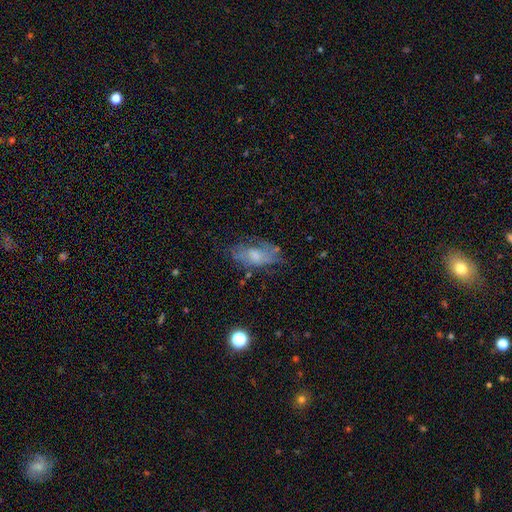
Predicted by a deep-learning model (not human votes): Smooth or featured?
  - smooth: 46% *
  - featured or disk: 44%
  - star or artifact: 10%
Merging?
  - none: 51% *
  - minor disturbance: 28%
  - major disturbance: 18%
  - merger: 3%